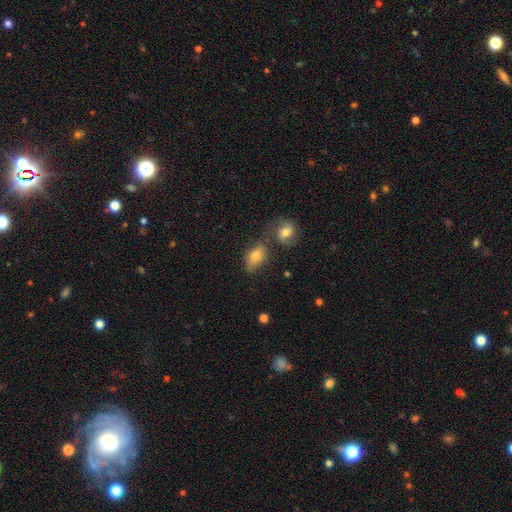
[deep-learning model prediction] Smooth or featured?
  - smooth: 75% *
  - featured or disk: 16%
  - star or artifact: 9%
How rounded?
  - in between: 83% *
  - round: 14%
  - cigar-shaped: 3%
Merging?
  - none: 53% *
  - merger: 22%
  - minor disturbance: 19%
  - major disturbance: 6%